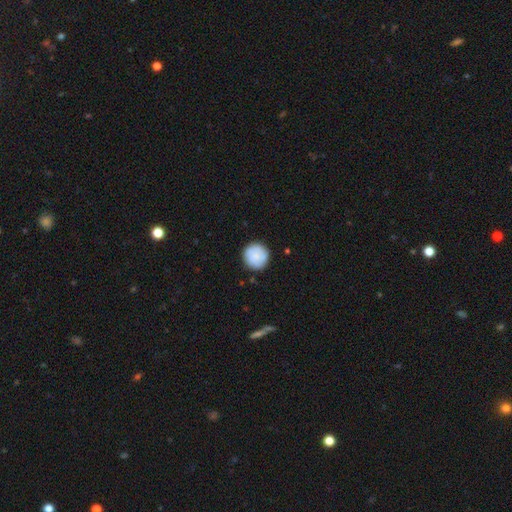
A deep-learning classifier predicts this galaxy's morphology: This is likely a smooth galaxy (78%). How rounded: clearly round (95%). Merging: clearly none (87%).